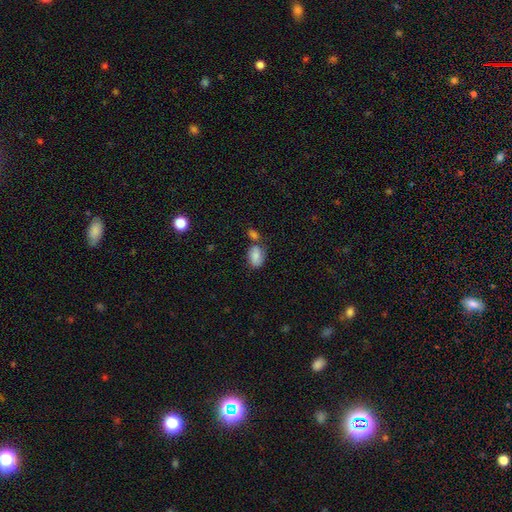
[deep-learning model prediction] The model was most divided on "merging": none: 47%, merger: 28%, minor disturbance: 18%, major disturbance: 6%. More confident: how rounded — in between (84%); smooth or featured — smooth (76%).